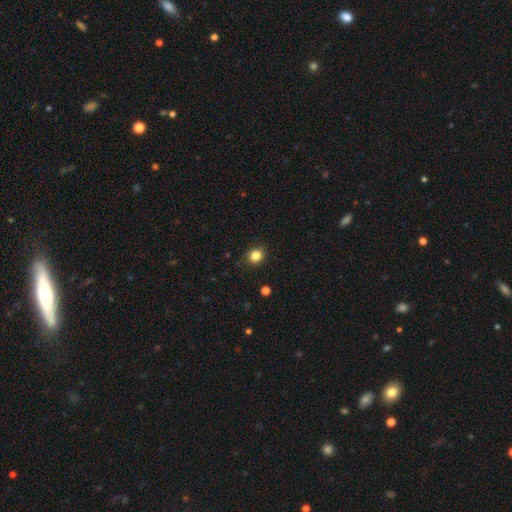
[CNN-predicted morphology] smooth-or-featured: smooth: 84% | star or artifact: 12% | featured or disk: 5%
  how-rounded: round: 82% | in between: 17% | cigar-shaped: 1%
  merging: none: 90% | minor disturbance: 7% | major disturbance: 2% | merger: 1%